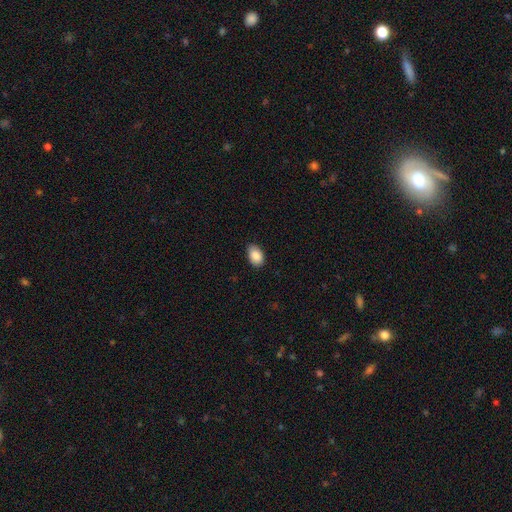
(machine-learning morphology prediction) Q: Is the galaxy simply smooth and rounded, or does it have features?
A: smooth — 88%.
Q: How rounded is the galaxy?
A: in between — 88%.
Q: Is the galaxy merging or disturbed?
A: none — 85%.